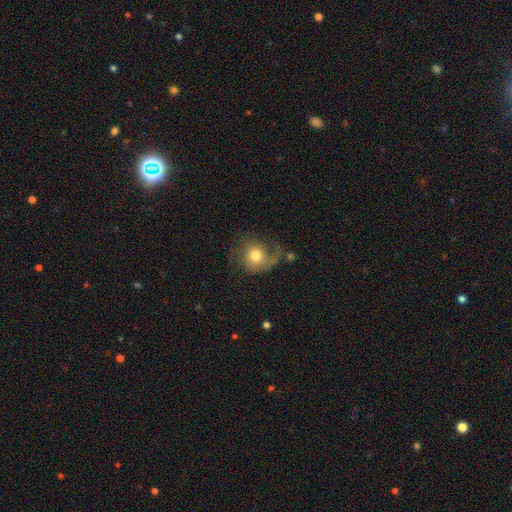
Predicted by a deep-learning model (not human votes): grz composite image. It shows a smooth galaxy with no disk features (46%). Merging: none (48%).